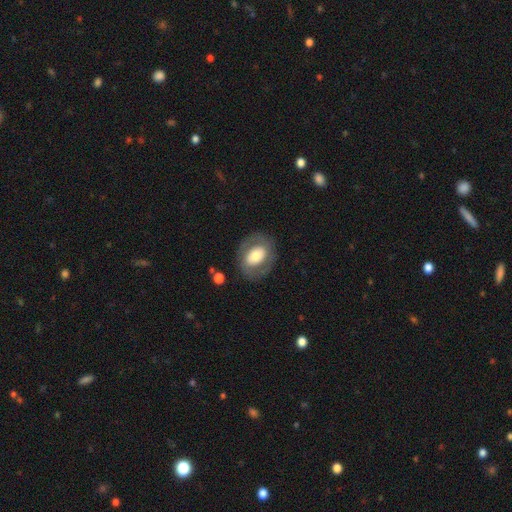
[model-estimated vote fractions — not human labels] This appears to be a featured or disk galaxy (47%). Merging: none (78%).